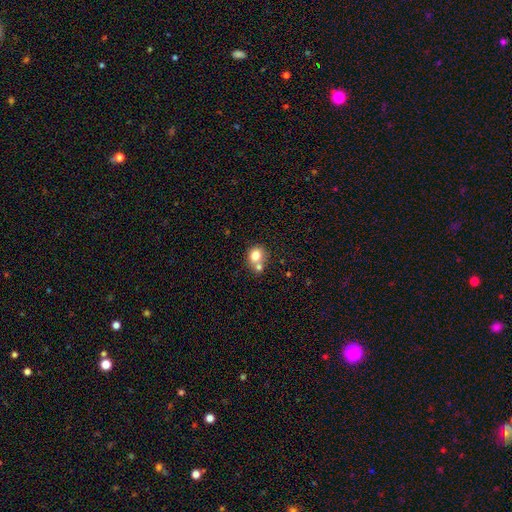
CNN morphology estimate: A smooth galaxy with no disk features (77%) that is round (76%). Merging: merger (47%).